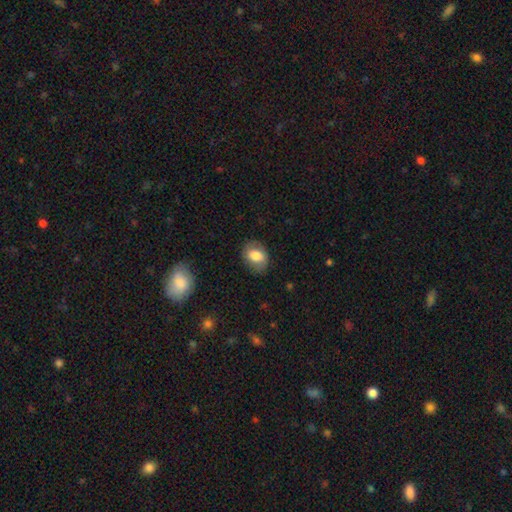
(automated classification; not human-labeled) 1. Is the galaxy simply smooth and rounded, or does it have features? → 74% smooth, 19% featured or disk, 8% star or artifact.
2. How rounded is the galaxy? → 67% in between, 32% round, 1% cigar-shaped.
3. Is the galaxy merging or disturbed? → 79% none, 15% minor disturbance, 5% major disturbance, 1% merger.